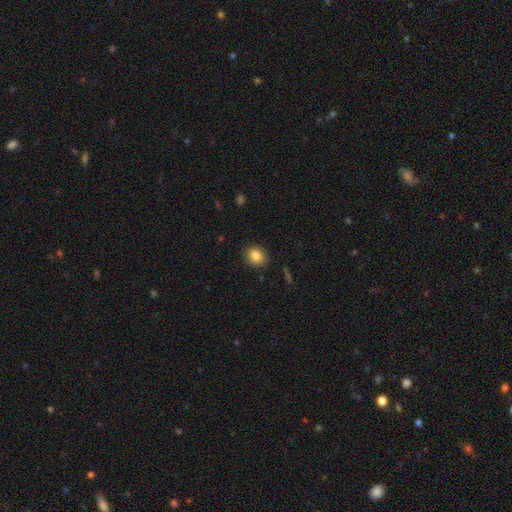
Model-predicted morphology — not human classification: Smooth or featured: smooth — 85% (star or artifact — 10%)
How rounded: round — 74% (in between — 25%)
Merging: none — 89% (minor disturbance — 8%)